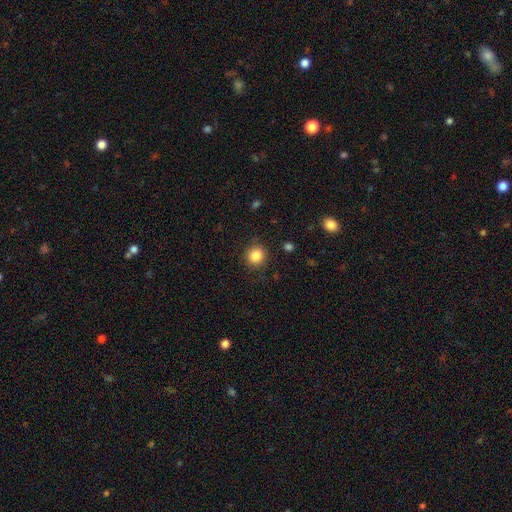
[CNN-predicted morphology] This appears to be a smooth galaxy with no disk features (85%) that is round (91%). Merging: none (87%).